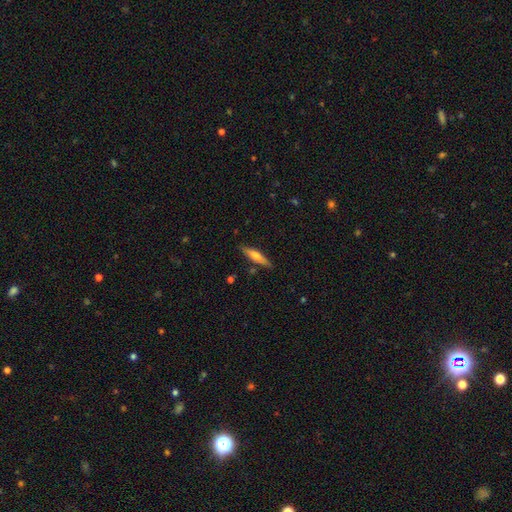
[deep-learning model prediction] Smooth or featured: smooth — 54% (featured or disk — 40%)
How rounded: cigar-shaped — 79% (in between — 19%)
Merging: none — 83% (minor disturbance — 12%)